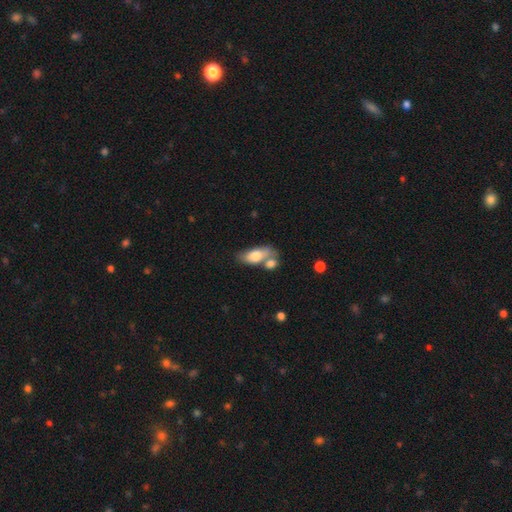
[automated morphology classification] smooth_or_featured: smooth (p=0.73) [alt: featured or disk p=0.20]
how_rounded: in between (p=0.84) [alt: cigar-shaped p=0.12]
merging: merger (p=0.40) [alt: none p=0.37]